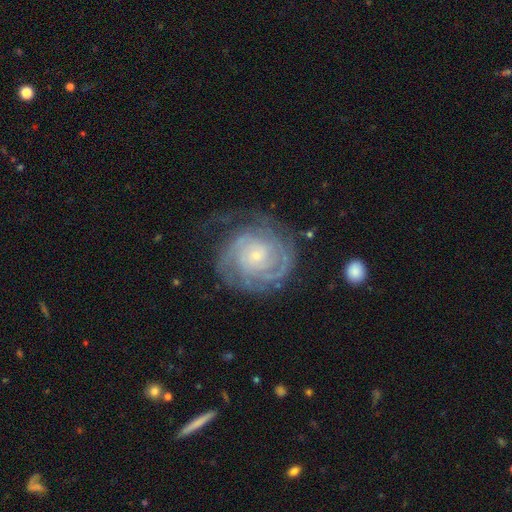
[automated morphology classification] smooth_or_featured: featured or disk (p=0.87) [alt: smooth p=0.08]
disk_edge_on: no (p=0.98) [alt: yes p=0.02]
bar: no (p=0.74) [alt: weak p=0.21]
has_spiral_arms: yes (p=0.97) [alt: no p=0.03]
spiral_winding: tight (p=0.77) [alt: medium p=0.19]
spiral_arm_count: can't tell (p=0.29) [alt: 2 p=0.27]
bulge_size: small (p=0.78) [alt: moderate p=0.17]
merging: none (p=0.67) [alt: minor disturbance p=0.19]